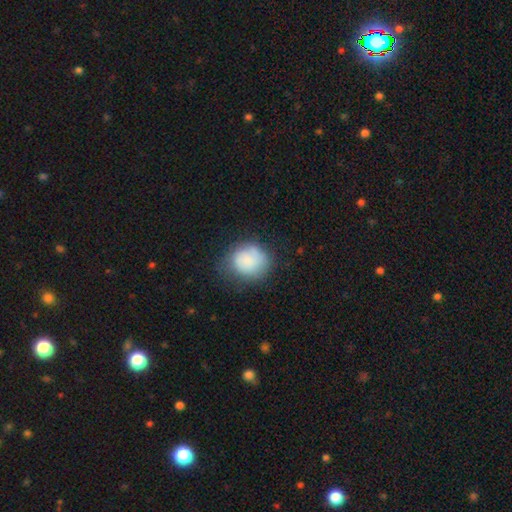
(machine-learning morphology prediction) smooth 73%, featured or disk 18%, star or artifact 8%. Down the decision tree: how rounded — round (72%); merging — none (55%).